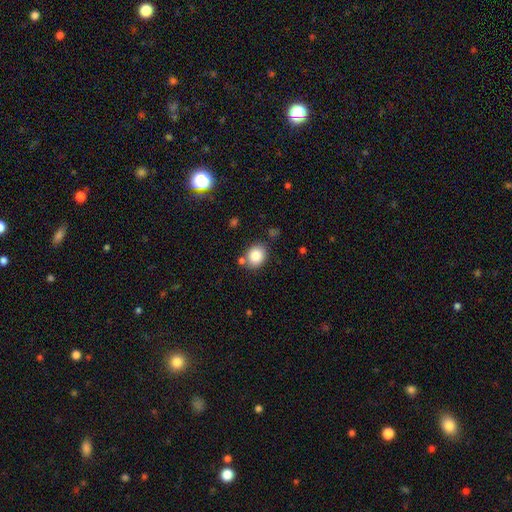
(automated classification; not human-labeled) Smooth or featured? smooth (85%)
How rounded? round (58%)
Merging? none (75%)